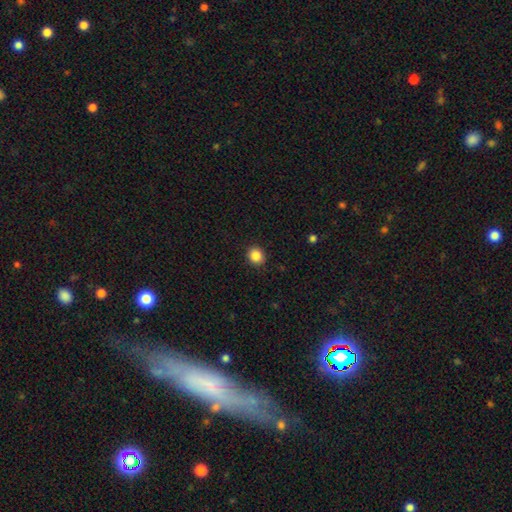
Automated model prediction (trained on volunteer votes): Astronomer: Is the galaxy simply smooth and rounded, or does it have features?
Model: smooth — 86%.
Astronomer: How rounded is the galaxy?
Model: round — 81%.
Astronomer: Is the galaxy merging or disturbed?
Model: none — 90%.